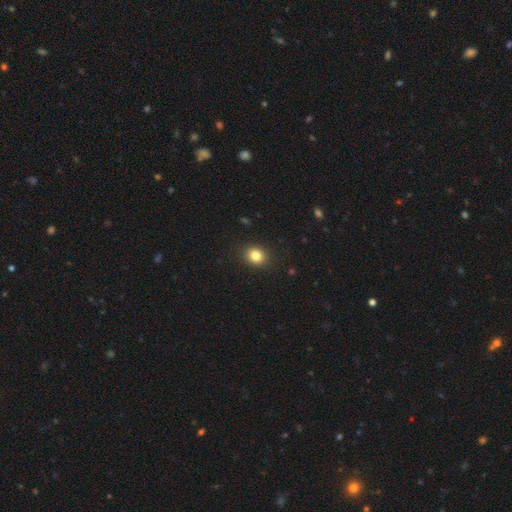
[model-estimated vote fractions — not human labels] A smooth galaxy with no disk features (83%) that is round (61%). Merging: none (89%).